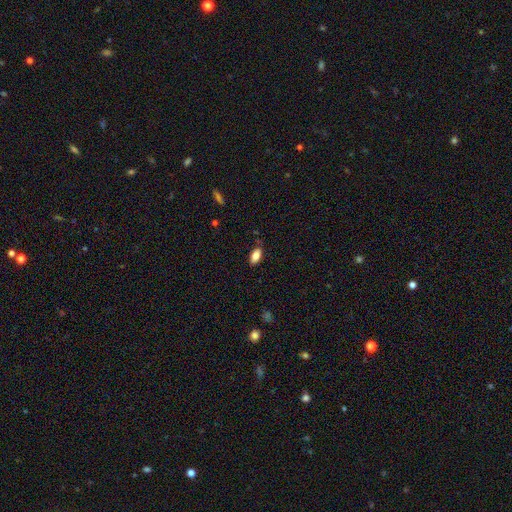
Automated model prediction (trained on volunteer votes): Smooth or featured? smooth (82%)
How rounded? in between (90%)
Merging? none (82%)